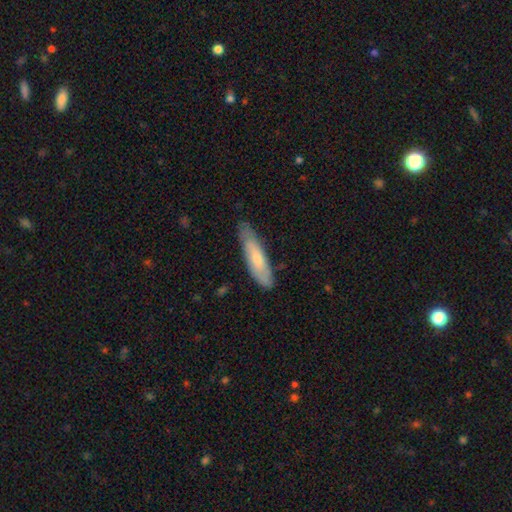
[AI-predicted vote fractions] smooth-or-featured: smooth: 60% | featured or disk: 34% | star or artifact: 6%
  how-rounded: cigar-shaped: 72% | in between: 26% | round: 1%
  merging: none: 76% | minor disturbance: 19% | major disturbance: 3% | merger: 1%